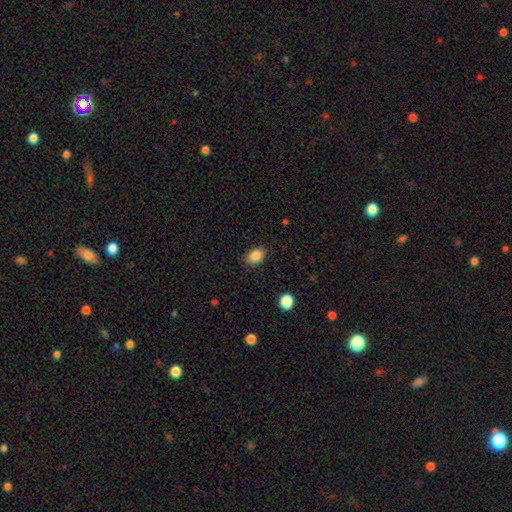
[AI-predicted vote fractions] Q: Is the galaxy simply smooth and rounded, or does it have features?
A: smooth — 86%.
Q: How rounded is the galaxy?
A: in between — 80%.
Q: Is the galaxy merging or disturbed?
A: none — 85%.